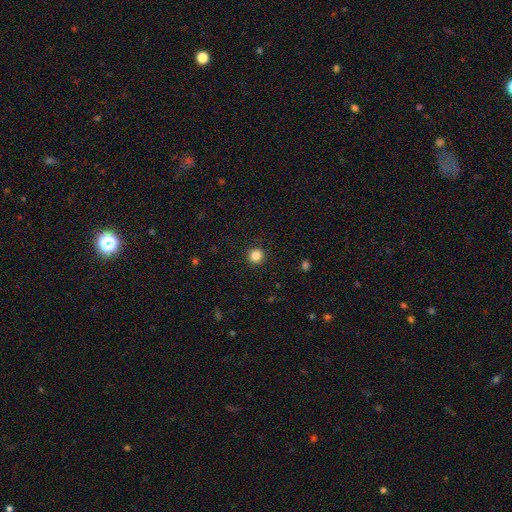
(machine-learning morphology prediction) type=smooth (84%); roundness=round (96%); merging=none (93%).